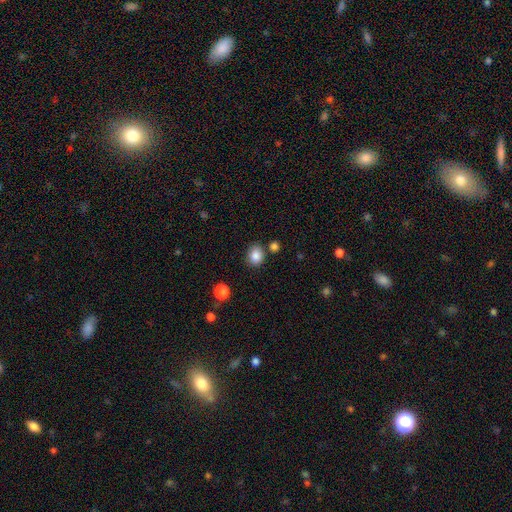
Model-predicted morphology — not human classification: smooth-or-featured: smooth: 86% | star or artifact: 10% | featured or disk: 5%
  how-rounded: round: 61% | in between: 38% | cigar-shaped: 1%
  merging: none: 77% | minor disturbance: 12% | merger: 7% | major disturbance: 3%